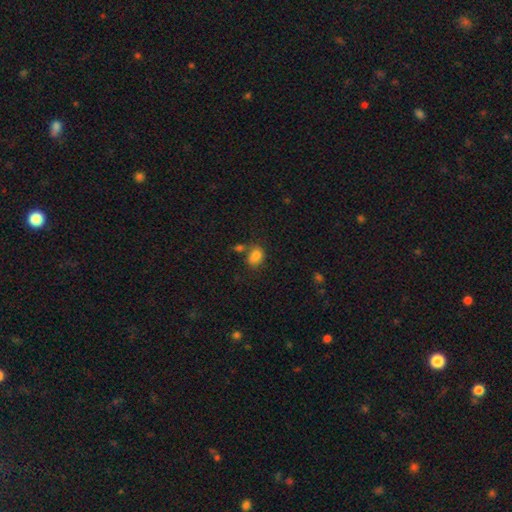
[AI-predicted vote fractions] smooth_or_featured: smooth (p=0.82) [alt: star or artifact p=0.10]
how_rounded: in between (p=0.73) [alt: round p=0.26]
merging: none (p=0.53) [alt: merger p=0.21]